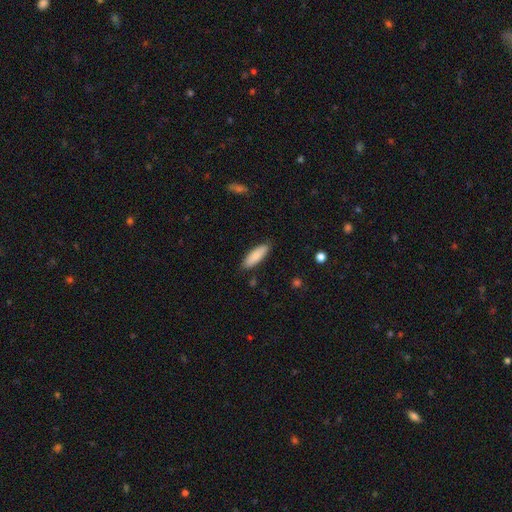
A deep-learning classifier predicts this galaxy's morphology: Overall: smooth (83%). How rounded: in between (55%; cigar-shaped 43%). Merging: none (86%).